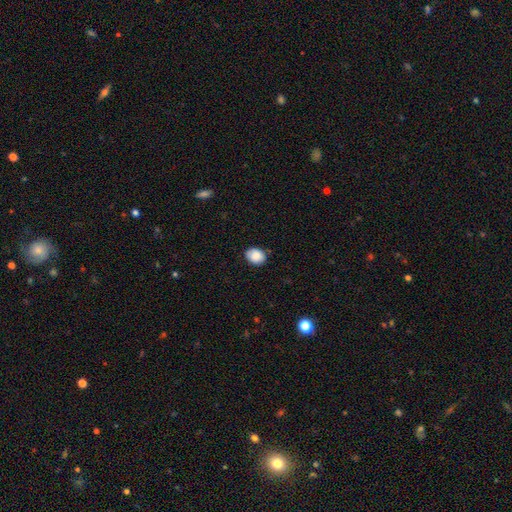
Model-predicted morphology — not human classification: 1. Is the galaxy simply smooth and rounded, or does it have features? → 86% smooth, 8% star or artifact, 6% featured or disk.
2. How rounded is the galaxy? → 53% in between, 46% round, 1% cigar-shaped.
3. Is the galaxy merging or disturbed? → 81% none, 15% minor disturbance, 3% major disturbance, 1% merger.